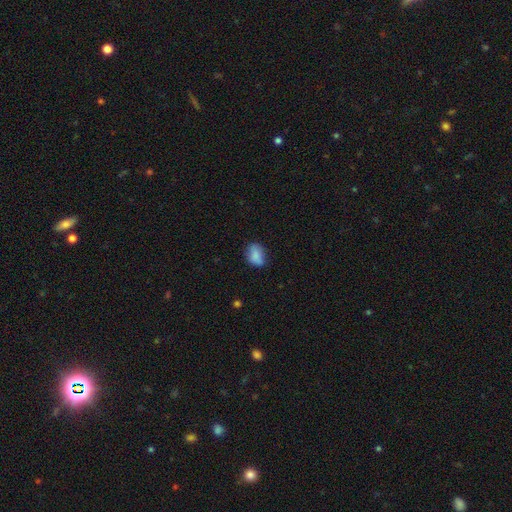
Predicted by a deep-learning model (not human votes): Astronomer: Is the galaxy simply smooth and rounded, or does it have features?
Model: smooth — 81%.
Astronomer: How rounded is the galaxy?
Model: in between — 72%.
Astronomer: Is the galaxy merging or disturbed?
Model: none — 64%.